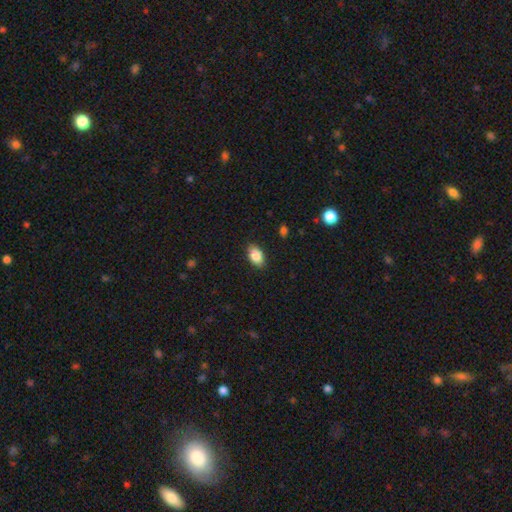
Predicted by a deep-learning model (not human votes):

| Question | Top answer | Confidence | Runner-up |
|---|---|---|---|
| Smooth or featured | smooth | 84% | featured or disk (8%) |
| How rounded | in between | 90% | round (7%) |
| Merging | none | 88% | minor disturbance (9%) |